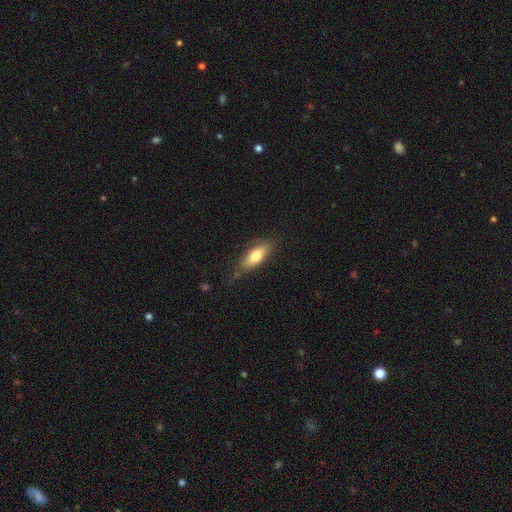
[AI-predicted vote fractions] The model was most divided on "how rounded": in between: 70%, cigar-shaped: 27%, round: 3%. More confident: smooth or featured — smooth (73%); merging — none (72%).